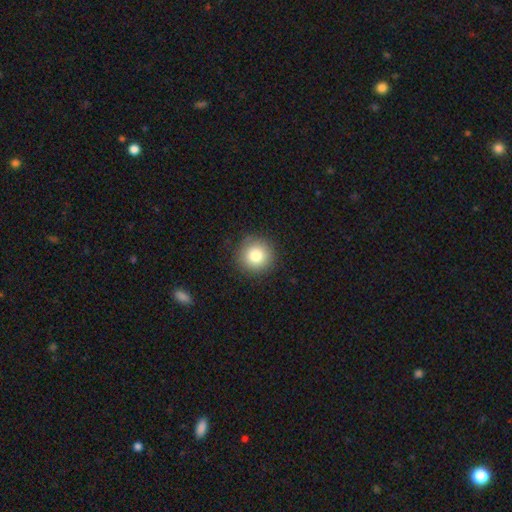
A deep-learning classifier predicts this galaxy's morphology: Smooth or featured? Predicted: smooth (p=0.81). How rounded? Predicted: round (p=0.95). Merging? Predicted: none (p=0.90).